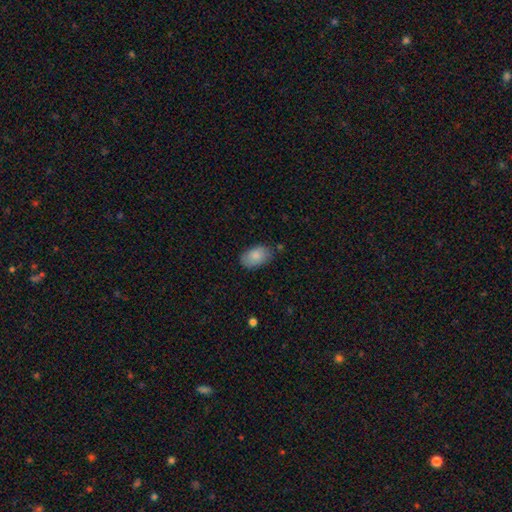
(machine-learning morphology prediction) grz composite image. It shows a smooth galaxy with no disk features (85%) that is in between round and cigar-shaped (92%). Merging: none (77%).